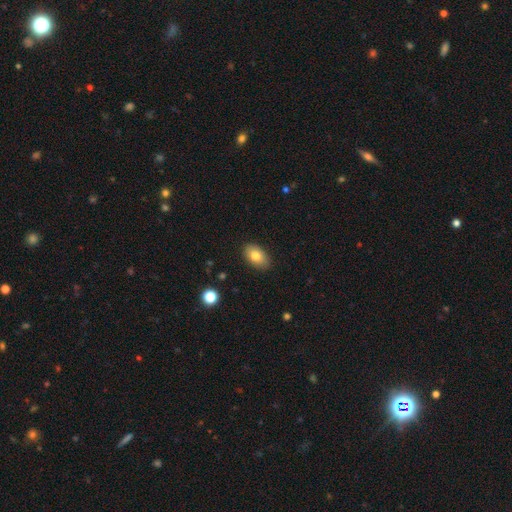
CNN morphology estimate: smooth 80%, featured or disk 12%, star or artifact 8%. Down the decision tree: how rounded — in between (91%); merging — none (87%).